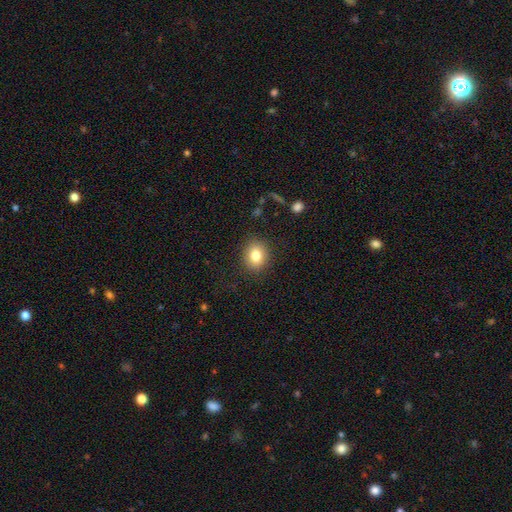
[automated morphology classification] A smooth galaxy with no disk features (82%) that is round (57%).

Vote fractions:
- Smooth or featured? smooth: 82% / star or artifact: 10% / featured or disk: 8%
- How rounded? round: 57% / in between: 42% / cigar-shaped: 1%
- Merging? none: 87% / minor disturbance: 9% / major disturbance: 3% / merger: 1%